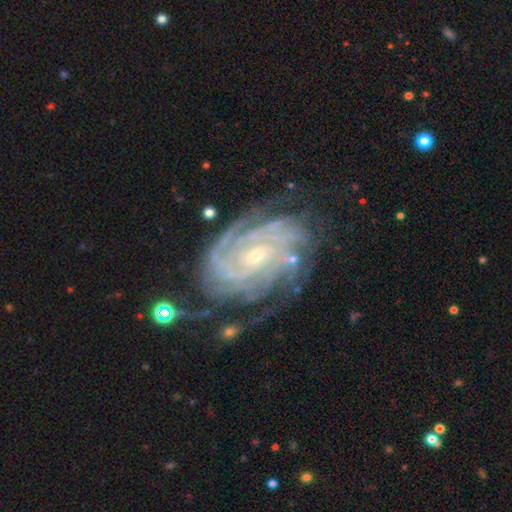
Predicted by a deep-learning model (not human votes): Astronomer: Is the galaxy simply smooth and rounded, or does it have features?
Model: featured or disk — 91%.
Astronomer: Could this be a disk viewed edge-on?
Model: no — 97%.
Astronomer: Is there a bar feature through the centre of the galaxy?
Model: no — 47% (runner-up: weak, 40%).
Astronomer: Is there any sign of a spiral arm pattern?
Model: yes — 98%.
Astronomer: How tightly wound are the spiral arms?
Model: tight — 78%.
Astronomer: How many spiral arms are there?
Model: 4 — 27% (runner-up: can't tell, 23%).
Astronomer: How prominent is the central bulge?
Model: small — 58% (runner-up: moderate, 38%).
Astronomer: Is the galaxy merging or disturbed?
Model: none — 69%.